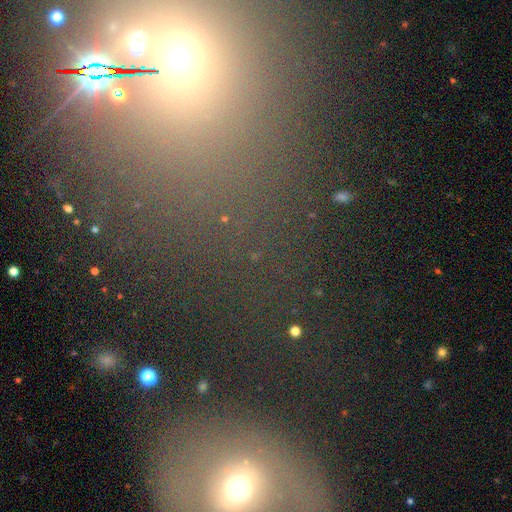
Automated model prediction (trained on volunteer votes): This appears to be a star or artifact, not a galaxy (51%).